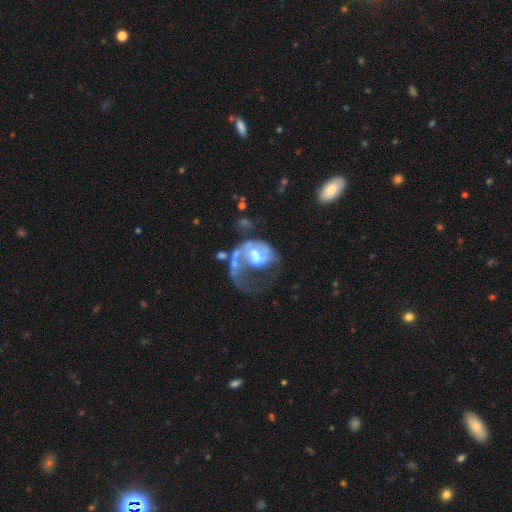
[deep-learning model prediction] smooth_or_featured: featured or disk (p=0.72) [alt: smooth p=0.21]
disk_edge_on: no (p=0.98) [alt: yes p=0.02]
bar: no (p=0.62) [alt: weak p=0.30]
has_spiral_arms: yes (p=0.68) [alt: no p=0.32]
bulge_size: moderate (p=0.45) [alt: large p=0.27]
merging: major disturbance (p=0.54) [alt: none p=0.20]